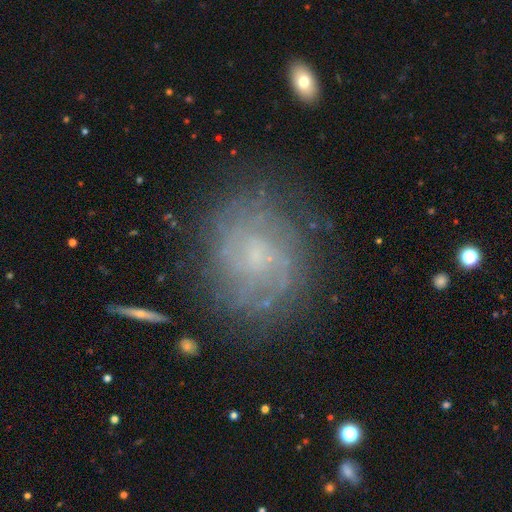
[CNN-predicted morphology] Smooth or featured: featured or disk — 69% (smooth — 20%)
Edge-on disk: no — 97% (yes — 3%)
Bar: no — 63% (weak — 32%)
Spiral arms: yes — 82% (no — 18%)
Spiral winding: tight — 54% (medium — 32%)
Spiral arm count: can't tell — 51% (2 — 21%)
Bulge size: small — 57% (none — 23%)
Merging: none — 73% (minor disturbance — 16%)